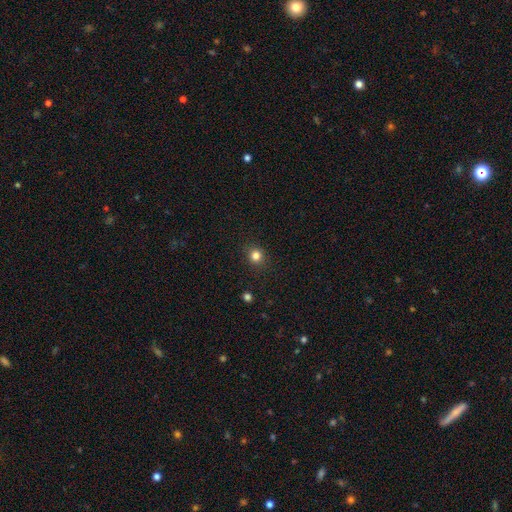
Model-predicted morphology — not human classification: A smooth galaxy with no disk features (82%) that is round (87%).

Vote fractions:
- Smooth or featured? smooth: 82% / star or artifact: 13% / featured or disk: 5%
- How rounded? round: 87% / in between: 12% / cigar-shaped: 1%
- Merging? none: 90% / minor disturbance: 7% / major disturbance: 2% / merger: 1%